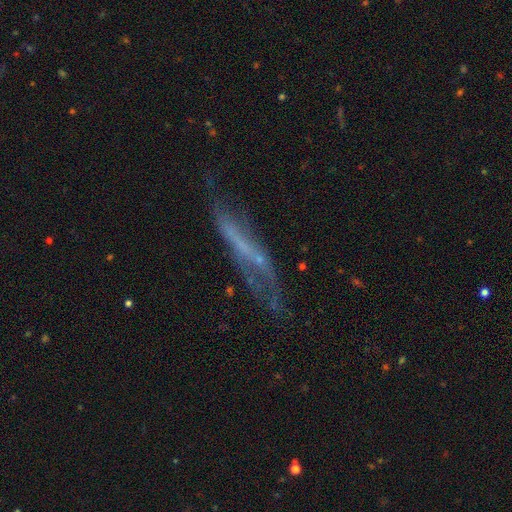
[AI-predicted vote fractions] Smooth or featured?
  - featured or disk: 60% *
  - smooth: 28%
  - star or artifact: 13%
Edge-on disk?
  - no: 51% *
  - yes: 49%
Merging?
  - none: 48% *
  - minor disturbance: 25%
  - major disturbance: 22%
  - merger: 5%